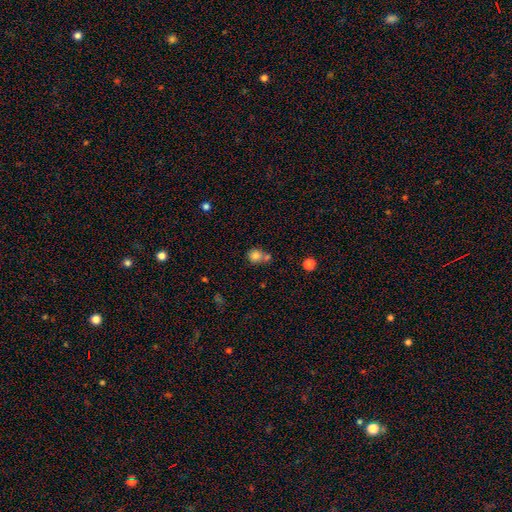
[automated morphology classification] smooth-or-featured: smooth: 79% | star or artifact: 11% | featured or disk: 9%
  how-rounded: round: 82% | in between: 17% | cigar-shaped: 1%
  merging: none: 44% | merger: 39% | minor disturbance: 12% | major disturbance: 5%